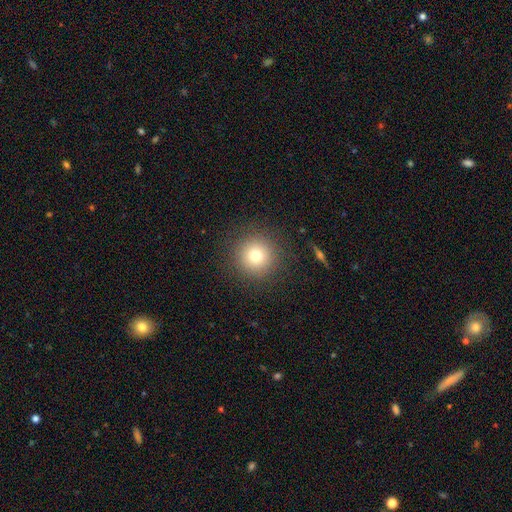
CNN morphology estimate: Smooth or featured? Predicted: smooth (p=0.76). How rounded? Predicted: round (p=0.96). Merging? Predicted: none (p=0.90).